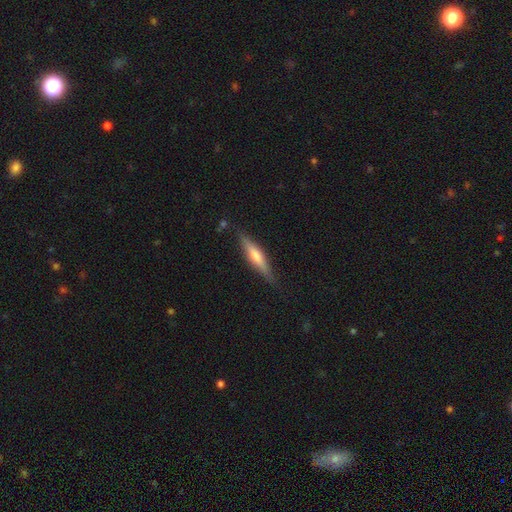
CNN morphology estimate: featured or disk 56%, smooth 38%, star or artifact 6%. Down the decision tree: edge-on disk — yes (95%); edge-on bulge — rounded (70%); merging — none (85%).